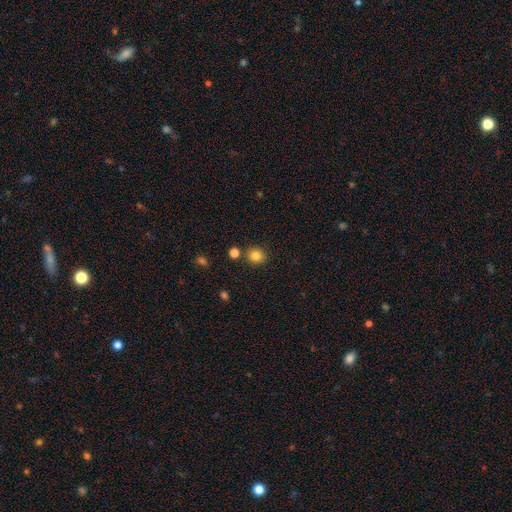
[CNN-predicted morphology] A smooth galaxy with no disk features (83%) that is round (86%).

Vote fractions:
- Smooth or featured? smooth: 83% / star or artifact: 12% / featured or disk: 6%
- How rounded? round: 86% / in between: 13% / cigar-shaped: 1%
- Merging? none: 84% / minor disturbance: 8% / merger: 6% / major disturbance: 2%